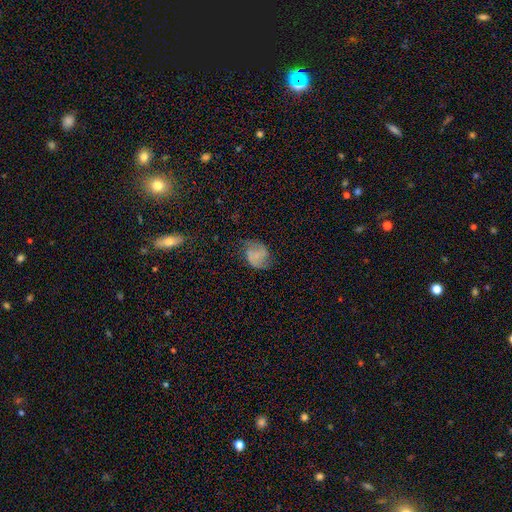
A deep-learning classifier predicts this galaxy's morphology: smooth-or-featured: smooth: 60% | featured or disk: 29% | star or artifact: 11%
  how-rounded: round: 51% | in between: 48% | cigar-shaped: 1%
  merging: none: 52% | minor disturbance: 30% | major disturbance: 15% | merger: 2%